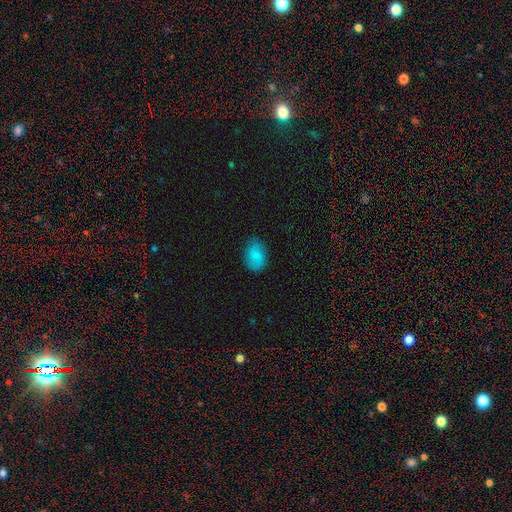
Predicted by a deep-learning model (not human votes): The model was most divided on "how rounded": in between: 78%, round: 21%, cigar-shaped: 1%. More confident: smooth or featured — smooth (80%); merging — none (78%).